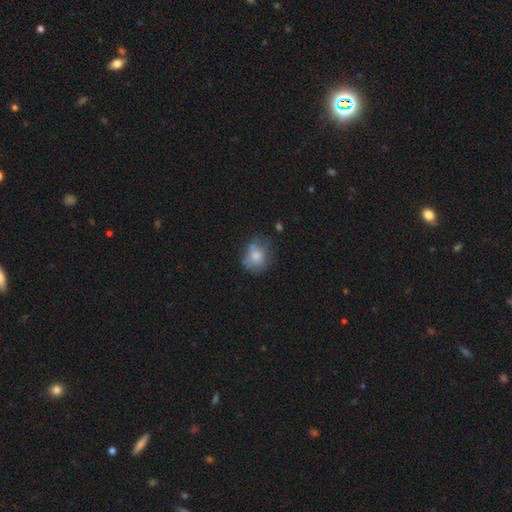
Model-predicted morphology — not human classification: This appears to be a smooth galaxy with no disk features (69%) that is round (64%). Merging: none (54%).